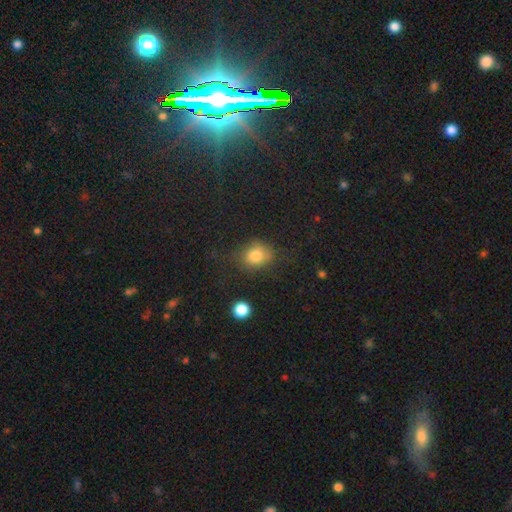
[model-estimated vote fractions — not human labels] Morphology: type=smooth (80%); roundness=round (59%); merging=none (68%).